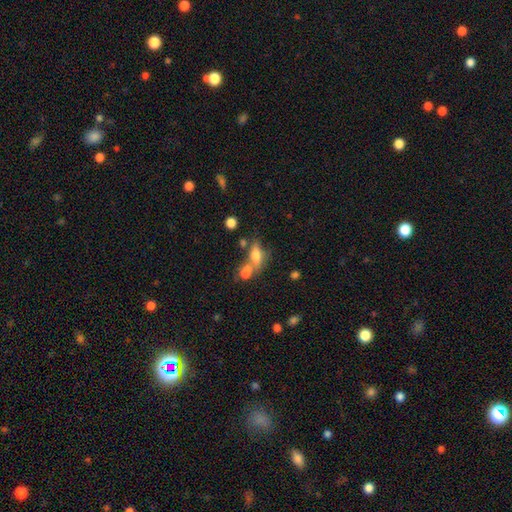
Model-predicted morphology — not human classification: Q: Smooth or featured?
A: smooth (66%); runner-up: featured or disk (22%)
Q: How rounded?
A: in between (74%); runner-up: cigar-shaped (15%)
Q: Merging?
A: merger (46%); runner-up: none (33%)